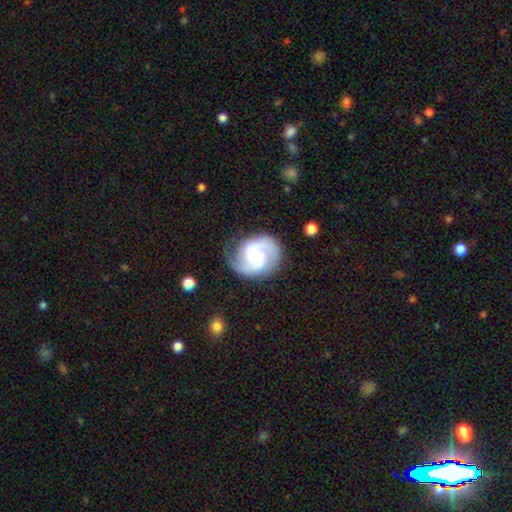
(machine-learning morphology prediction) Smooth or featured: featured or disk — 85% (smooth — 10%)
Edge-on disk: no — 98% (yes — 2%)
Bar: no — 49% (weak — 43%)
Spiral arms: yes — 97% (no — 3%)
Spiral winding: medium — 51% (tight — 34%)
Spiral arm count: 2 — 84% (can't tell — 5%)
Bulge size: moderate — 40% (small — 37%)
Merging: none — 73% (minor disturbance — 17%)